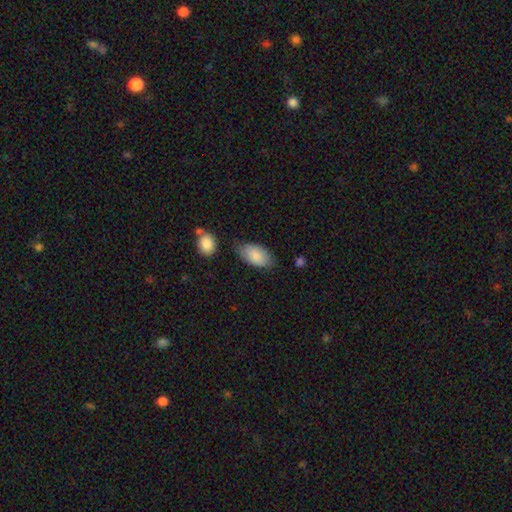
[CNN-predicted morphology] Q: Smooth or featured?
A: smooth (86%); runner-up: featured or disk (8%)
Q: How rounded?
A: in between (94%); runner-up: round (4%)
Q: Merging?
A: none (70%); runner-up: minor disturbance (20%)